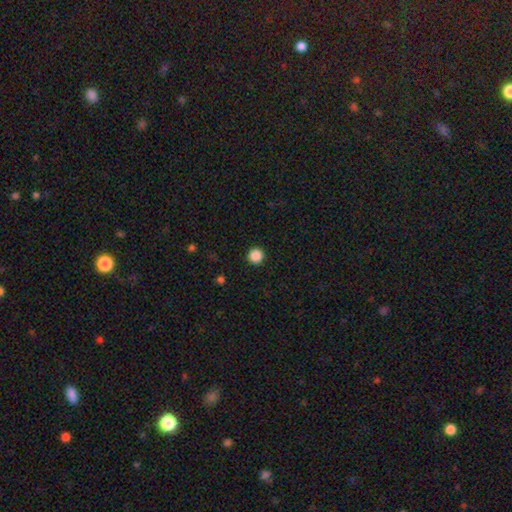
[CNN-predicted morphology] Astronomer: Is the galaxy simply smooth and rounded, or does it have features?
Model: smooth — 87%.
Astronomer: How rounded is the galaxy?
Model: round — 96%.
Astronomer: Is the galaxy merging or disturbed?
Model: none — 94%.